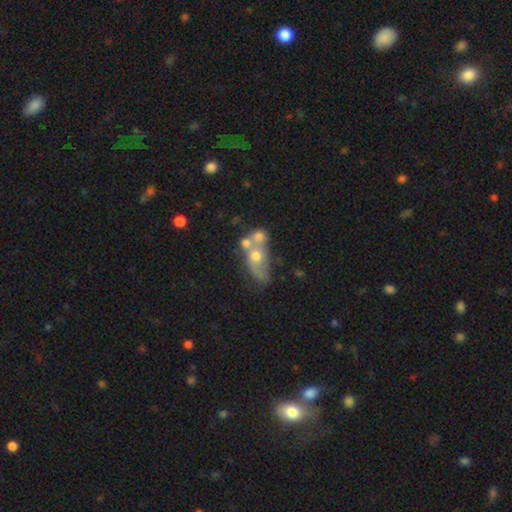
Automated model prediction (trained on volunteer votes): smooth 49%, featured or disk 40%, star or artifact 11%. Down the decision tree: merging — merger (60%).